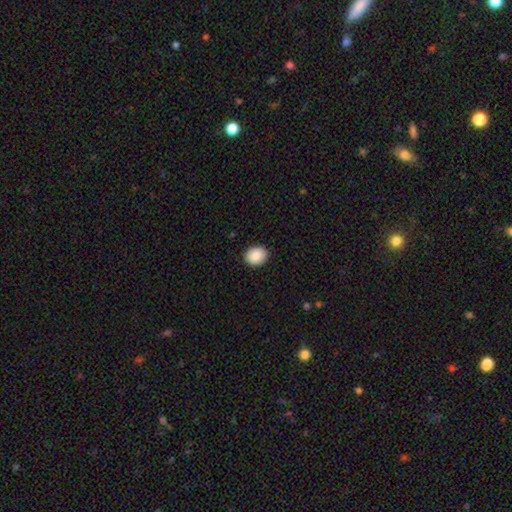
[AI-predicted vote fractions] Overall: smooth (89%). How rounded: round (68%; in between 31%). Merging: none (91%).